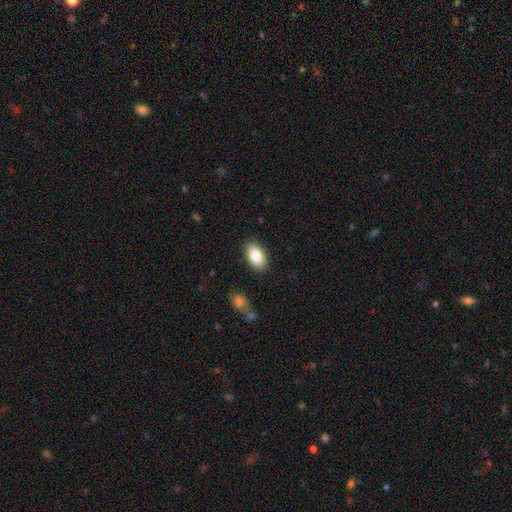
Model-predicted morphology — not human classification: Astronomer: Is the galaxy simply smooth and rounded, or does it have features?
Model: smooth — 83%.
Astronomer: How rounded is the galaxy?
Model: in between — 93%.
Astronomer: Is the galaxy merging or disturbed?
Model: none — 87%.